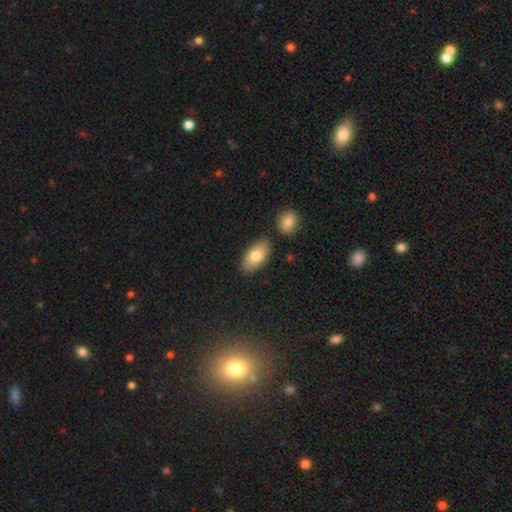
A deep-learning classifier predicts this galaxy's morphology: This is likely a smooth galaxy (78%). How rounded: clearly in between (93%). Merging: clearly none (81%).